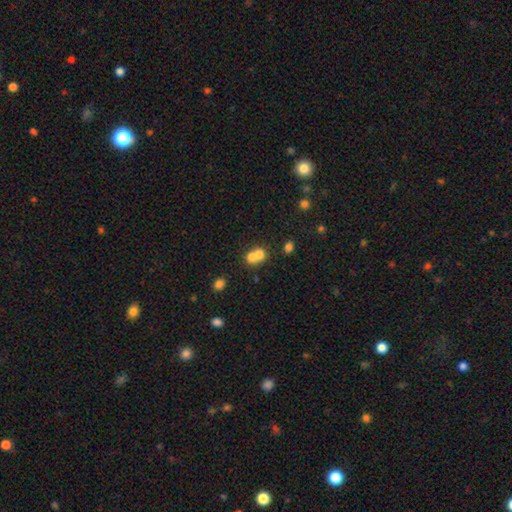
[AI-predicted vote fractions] Smooth or featured: smooth — 71% (featured or disk — 18%)
How rounded: round — 68% (in between — 31%)
Merging: merger — 68% (none — 24%)